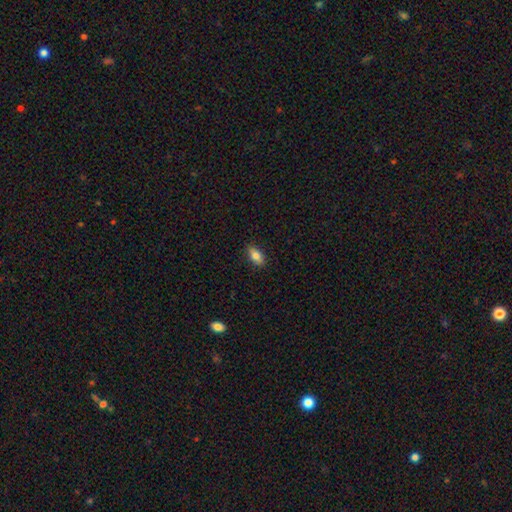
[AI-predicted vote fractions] smooth-or-featured: smooth: 81% | featured or disk: 11% | star or artifact: 8%
  how-rounded: in between: 87% | cigar-shaped: 8% | round: 5%
  merging: none: 86% | minor disturbance: 10% | major disturbance: 2% | merger: 1%